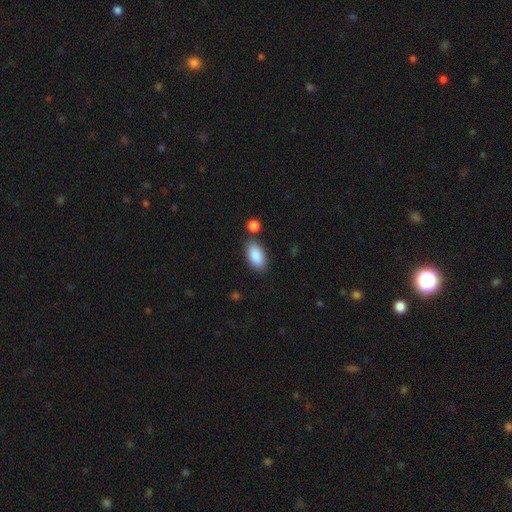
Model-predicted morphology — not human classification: A smooth galaxy with no disk features (89%) that is in between round and cigar-shaped (93%).

Vote fractions:
- Smooth or featured? smooth: 89% / star or artifact: 6% / featured or disk: 5%
- How rounded? in between: 93% / cigar-shaped: 4% / round: 3%
- Merging? none: 76% / minor disturbance: 11% / merger: 10% / major disturbance: 3%